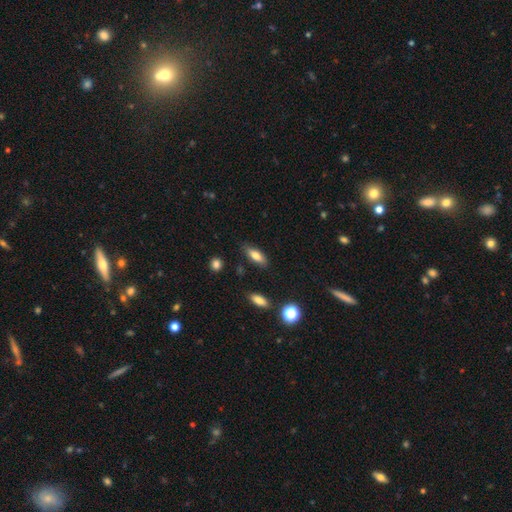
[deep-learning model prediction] Q: Smooth or featured?
A: smooth (76%); runner-up: featured or disk (16%)
Q: How rounded?
A: in between (68%); runner-up: cigar-shaped (30%)
Q: Merging?
A: none (82%); runner-up: minor disturbance (13%)